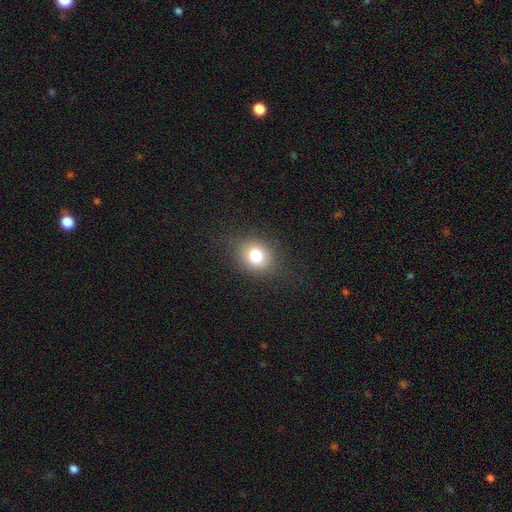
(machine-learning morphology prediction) Overall: smooth (78%). How rounded: round (56%; in between 43%). Merging: none (85%).